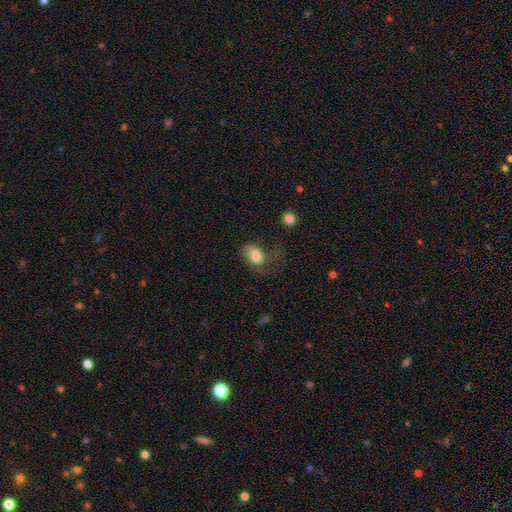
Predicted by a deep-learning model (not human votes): This is likely a smooth galaxy (74%). How rounded: clearly in between (81%). Merging: marginally major disturbance (43%).